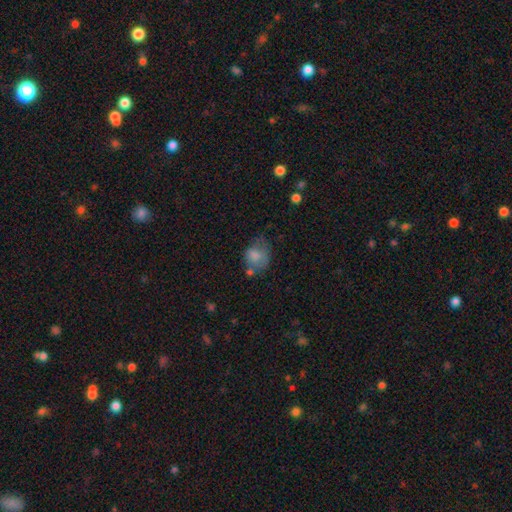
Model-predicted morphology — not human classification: Q: Smooth or featured?
A: smooth (74%); runner-up: featured or disk (17%)
Q: How rounded?
A: round (55%); runner-up: in between (44%)
Q: Merging?
A: none (37%); runner-up: minor disturbance (32%)